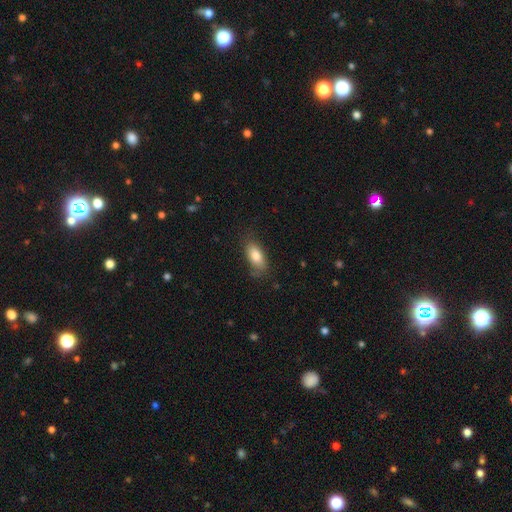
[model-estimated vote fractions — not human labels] This is clearly a smooth galaxy (80%). How rounded: clearly in between (86%). Merging: likely none (73%).